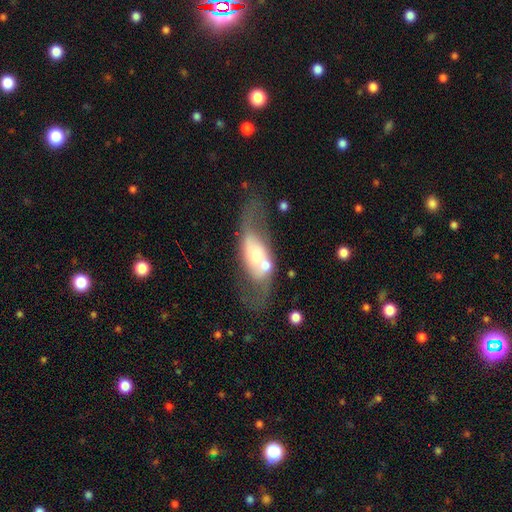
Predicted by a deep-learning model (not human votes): This appears to be a featured or disk galaxy (62%) with no bar (72%), spiral arms (57%) and a moderate central bulge (52%). Merging: none (44%).